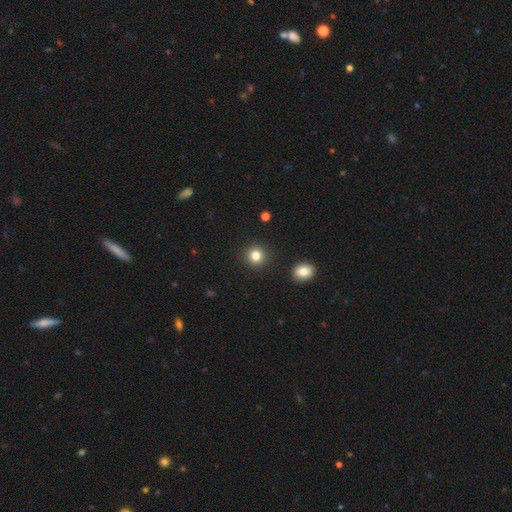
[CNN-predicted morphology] smooth_or_featured: smooth (p=0.82) [alt: star or artifact p=0.12]
how_rounded: round (p=0.92) [alt: in between p=0.07]
merging: none (p=0.91) [alt: minor disturbance p=0.05]